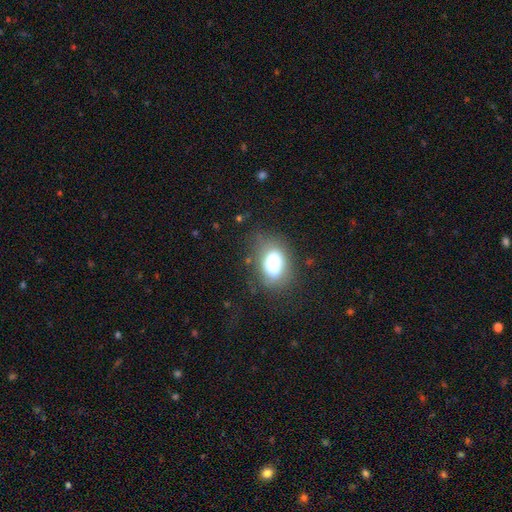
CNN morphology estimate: Smooth or featured? smooth (69%)
How rounded? in between (76%)
Merging? none (76%)